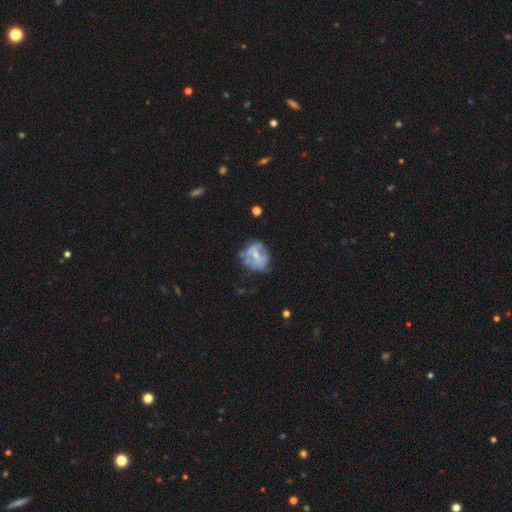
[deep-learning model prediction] Smooth or featured?
  - featured or disk: 57% *
  - smooth: 33%
  - star or artifact: 10%
Edge-on disk?
  - no: 97% *
  - yes: 3%
Bar?
  - no: 64% *
  - weak: 28%
  - strong: 8%
Spiral arms?
  - no: 69% *
  - yes: 31%
Bulge size?
  - small: 54% *
  - moderate: 29%
  - none: 14%
  - large: 2%
  - dominant: 1%
Merging?
  - none: 48% *
  - minor disturbance: 25%
  - major disturbance: 20%
  - merger: 6%